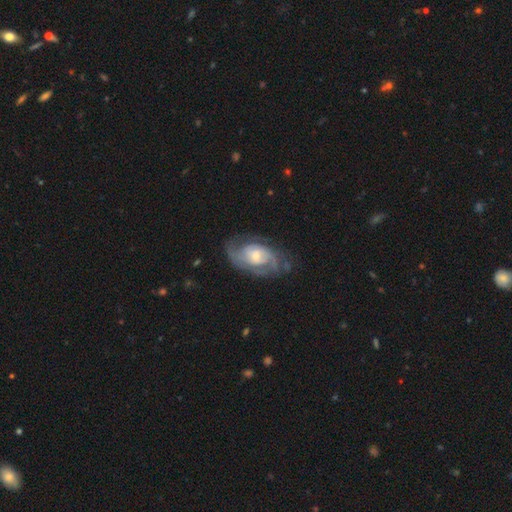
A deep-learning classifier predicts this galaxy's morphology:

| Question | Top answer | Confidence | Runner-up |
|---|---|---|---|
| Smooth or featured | featured or disk | 82% | smooth (13%) |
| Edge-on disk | no | 96% | yes (4%) |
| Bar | no | 64% | weak (30%) |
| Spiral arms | yes | 92% | no (8%) |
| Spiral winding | tight | 47% | medium (40%) |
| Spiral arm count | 2 | 49% | can't tell (26%) |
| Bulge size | moderate | 50% | small (39%) |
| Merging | none | 65% | minor disturbance (21%) |